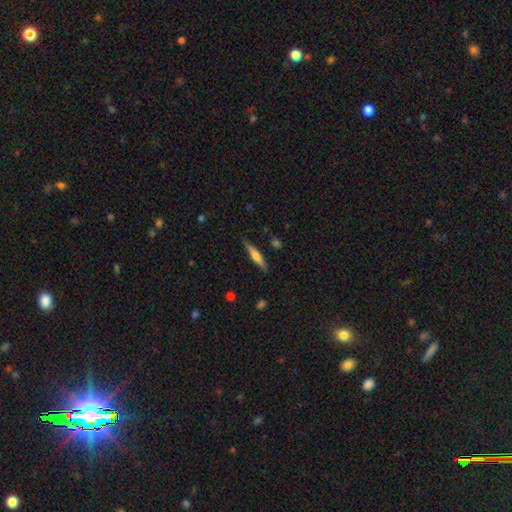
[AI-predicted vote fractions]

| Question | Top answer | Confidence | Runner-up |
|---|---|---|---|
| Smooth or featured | smooth | 51% | featured or disk (42%) |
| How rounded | cigar-shaped | 87% | in between (11%) |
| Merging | none | 85% | minor disturbance (12%) |